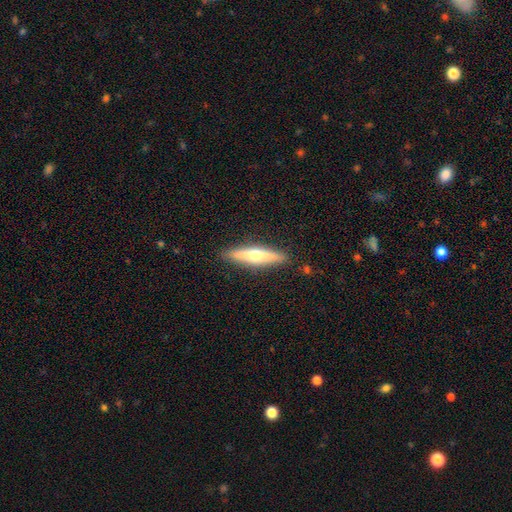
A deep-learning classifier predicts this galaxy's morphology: Q: Smooth or featured?
A: featured or disk (54%); runner-up: smooth (40%)
Q: Edge-on disk?
A: yes (94%); runner-up: no (6%)
Q: Edge-on bulge?
A: rounded (90%); runner-up: none (7%)
Q: Merging?
A: none (90%); runner-up: minor disturbance (7%)